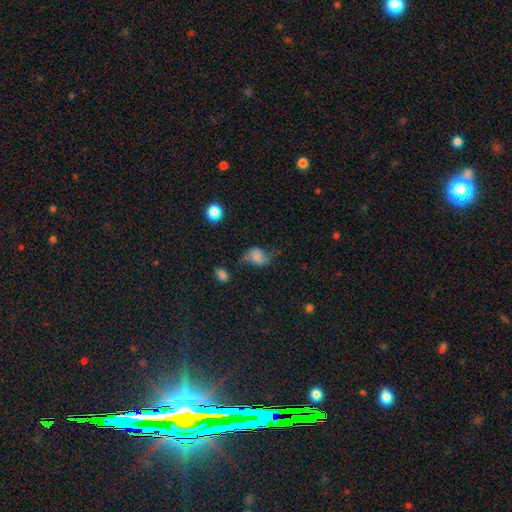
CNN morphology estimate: Overall: featured or disk (51%; smooth 37%). Edge-on disk: no (97%). Merging: none (45%; minor disturbance 26%).